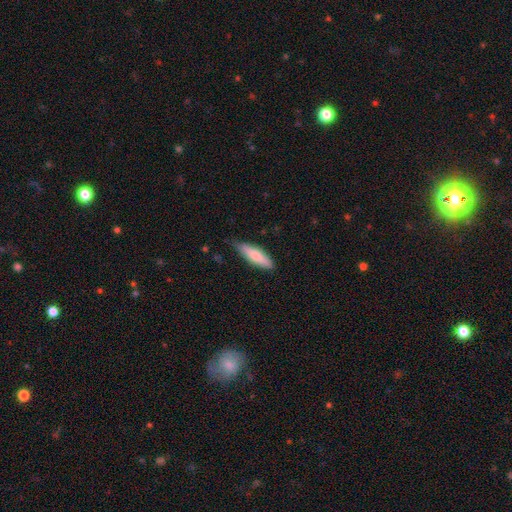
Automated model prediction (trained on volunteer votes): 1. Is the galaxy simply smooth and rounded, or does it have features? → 77% smooth, 18% featured or disk, 5% star or artifact.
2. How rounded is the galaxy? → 60% cigar-shaped, 39% in between, 2% round.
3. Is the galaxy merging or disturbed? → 77% none, 19% minor disturbance, 3% major disturbance, 1% merger.